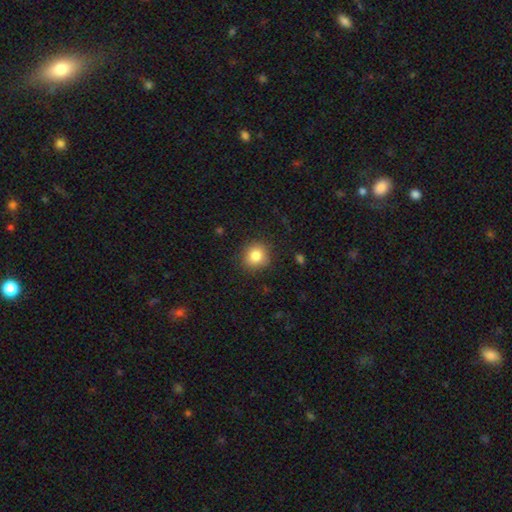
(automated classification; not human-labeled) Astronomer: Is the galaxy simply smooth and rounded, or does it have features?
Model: smooth — 83%.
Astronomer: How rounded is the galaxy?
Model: round — 83%.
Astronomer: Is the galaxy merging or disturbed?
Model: none — 86%.